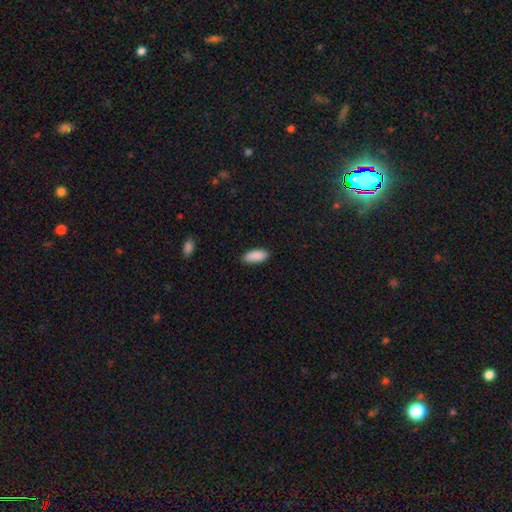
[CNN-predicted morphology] A smooth galaxy with no disk features (90%) that is in between round and cigar-shaped (83%). Merging: none (84%).